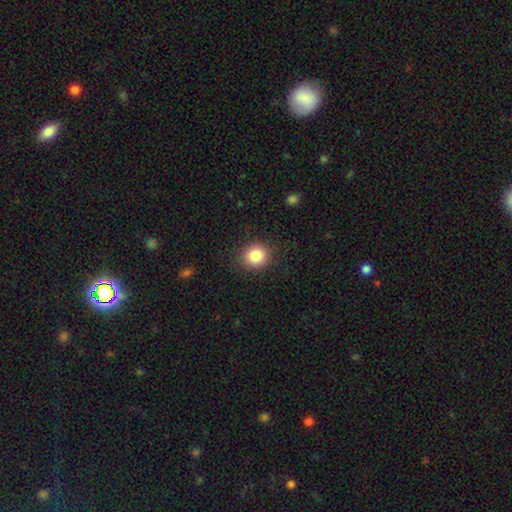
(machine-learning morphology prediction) smooth 84%, star or artifact 10%, featured or disk 6%. Down the decision tree: how rounded — round (84%); merging — none (89%).